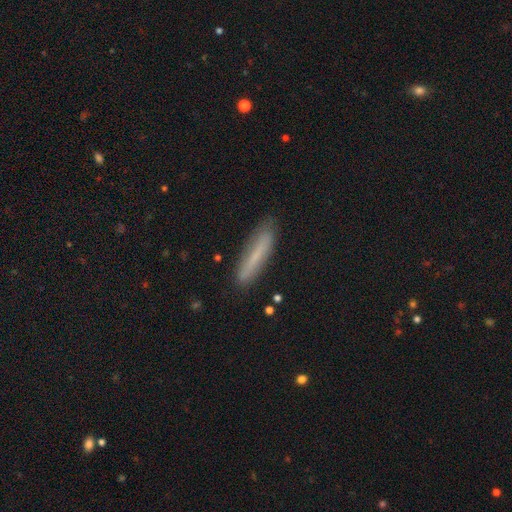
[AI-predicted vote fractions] Overall: smooth (65%; featured or disk 26%). How rounded: cigar-shaped (87%). Merging: none (82%).